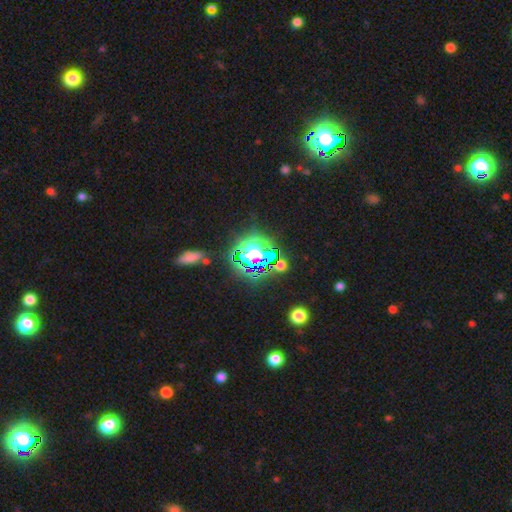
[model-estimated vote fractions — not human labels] smooth_or_featured: star or artifact (p=0.71) [alt: smooth p=0.17]